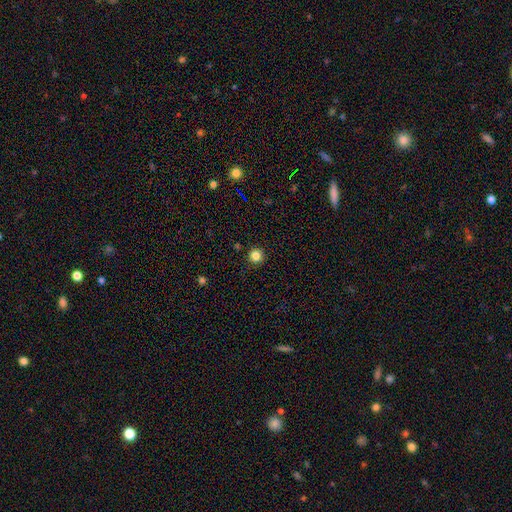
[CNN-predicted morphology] Overall: smooth (84%). How rounded: round (95%). Merging: none (91%).